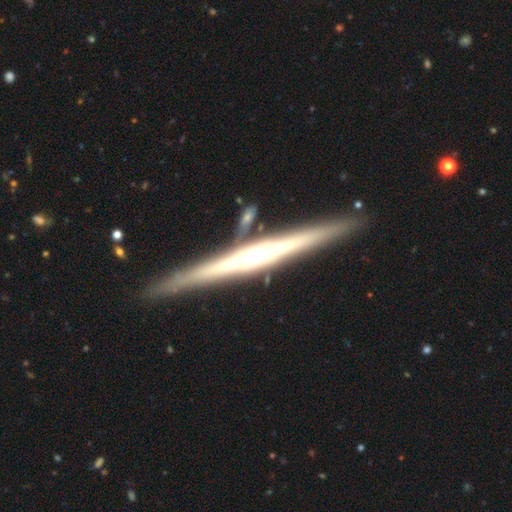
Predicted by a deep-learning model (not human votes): This is clearly a featured or disk galaxy (81%). It is clearly viewed edge-on (97%). Edge-on bulge: likely rounded (68%). Merging: clearly none (87%).